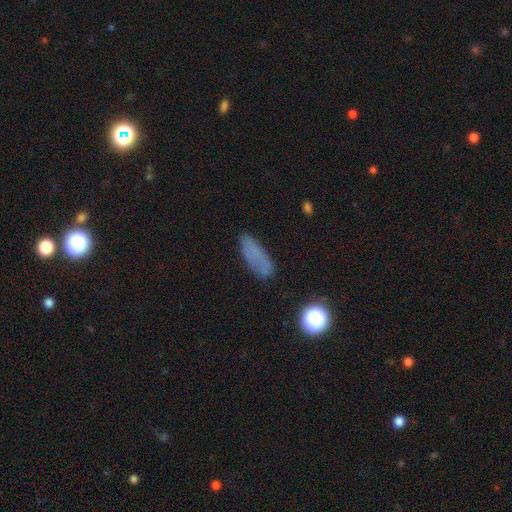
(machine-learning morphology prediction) The model was most divided on "how rounded": in between: 65%, cigar-shaped: 30%, round: 5%. More confident: merging — none (70%); smooth or featured — smooth (68%).